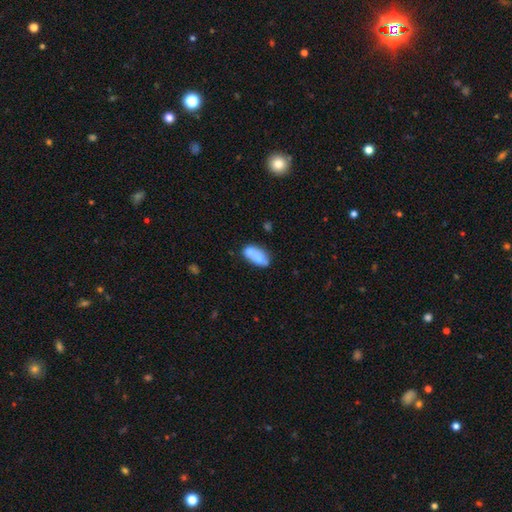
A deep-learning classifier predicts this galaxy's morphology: This appears to be a smooth galaxy with no disk features (63%) that is in between round and cigar-shaped (86%). Merging: merger (47%).